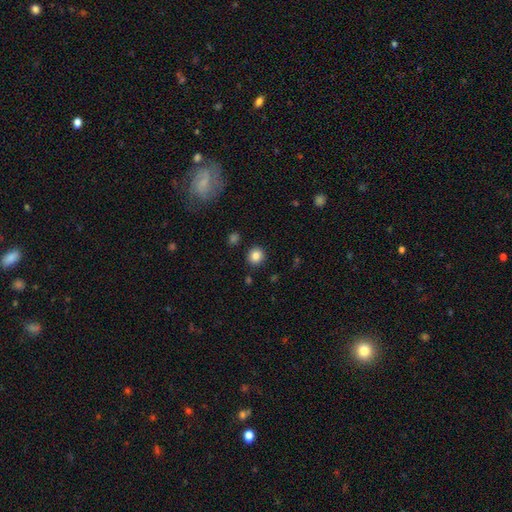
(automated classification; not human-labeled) Smooth or featured: smooth — 85% (star or artifact — 10%)
How rounded: round — 90% (in between — 10%)
Merging: none — 89% (minor disturbance — 6%)